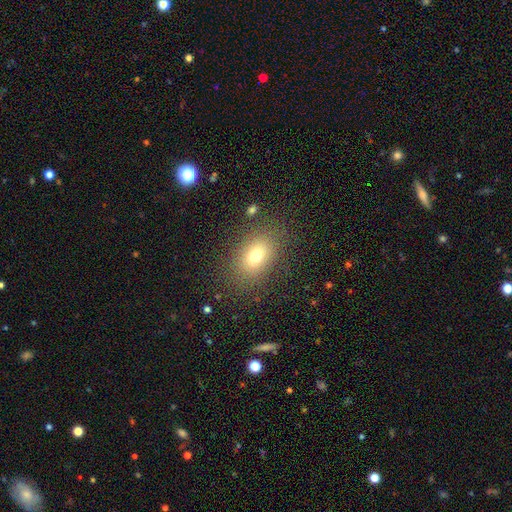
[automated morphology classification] Overall: smooth (72%). How rounded: in between (75%). Merging: none (82%).